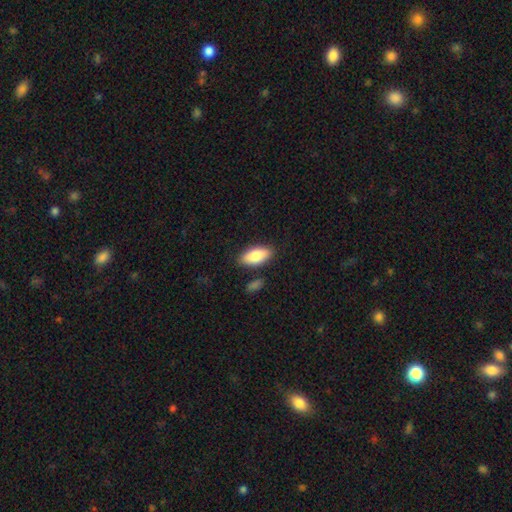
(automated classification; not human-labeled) Smooth or featured? Predicted: smooth (p=0.82). How rounded? Predicted: in between (p=0.87). Merging? Predicted: none (p=0.84).